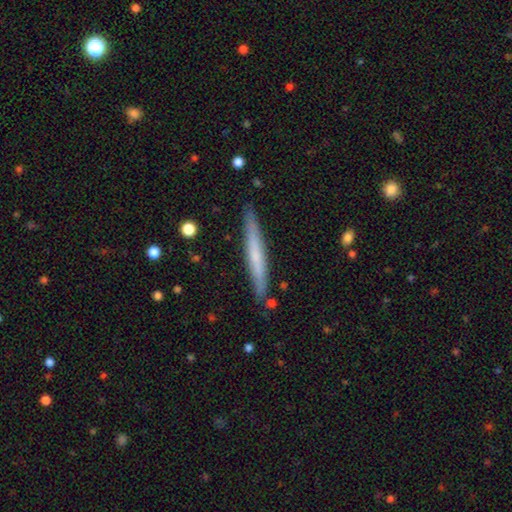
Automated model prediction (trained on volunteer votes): Smooth or featured: smooth — 55% (featured or disk — 39%)
How rounded: cigar-shaped — 96% (in between — 3%)
Merging: none — 88% (minor disturbance — 9%)